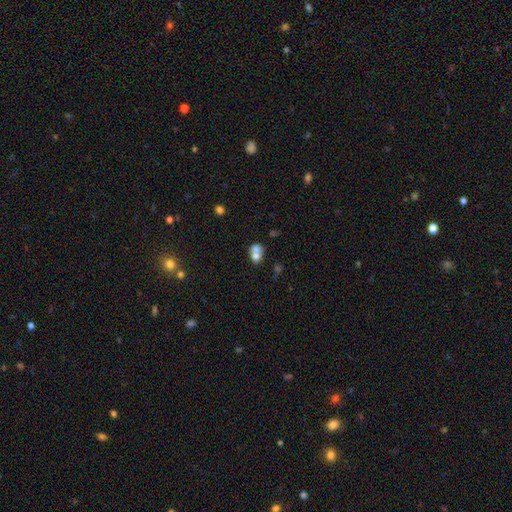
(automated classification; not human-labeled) This is likely a smooth galaxy (68%). How rounded: possibly in between (54%). Merging: likely merger (65%).